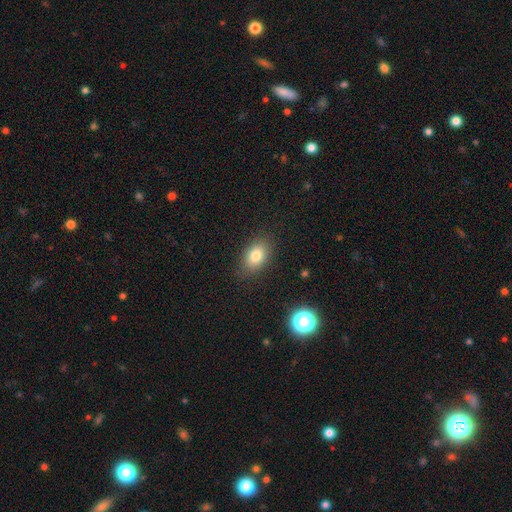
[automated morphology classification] Q: Smooth or featured?
A: smooth (79%); runner-up: featured or disk (11%)
Q: How rounded?
A: in between (84%); runner-up: round (14%)
Q: Merging?
A: none (84%); runner-up: minor disturbance (12%)